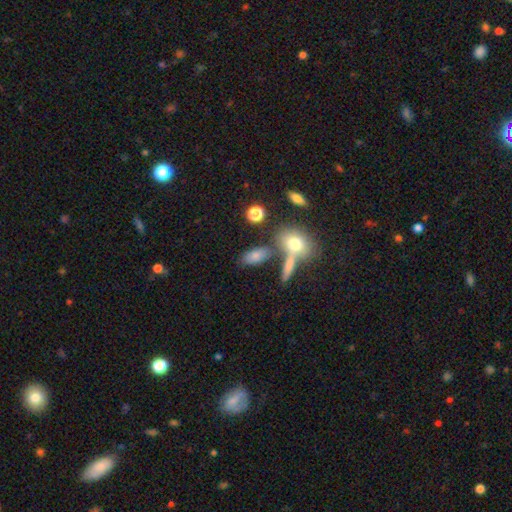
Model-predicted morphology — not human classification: This appears to be a smooth galaxy with no disk features (74%) that is in between round and cigar-shaped (80%). Merging: none (59%).